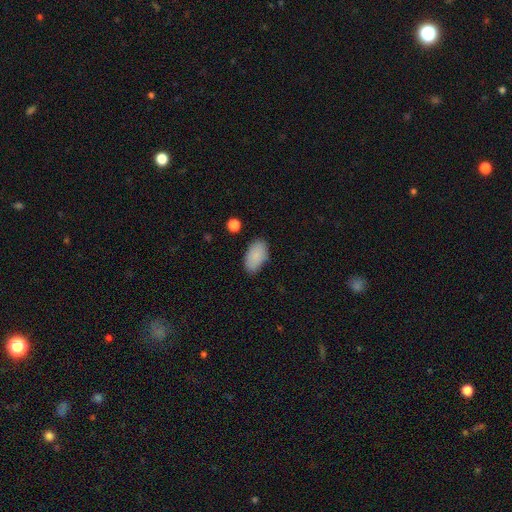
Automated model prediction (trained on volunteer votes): smooth_or_featured: smooth (p=0.88) [alt: star or artifact p=0.07]
how_rounded: in between (p=0.95) [alt: round p=0.04]
merging: none (p=0.82) [alt: minor disturbance p=0.13]